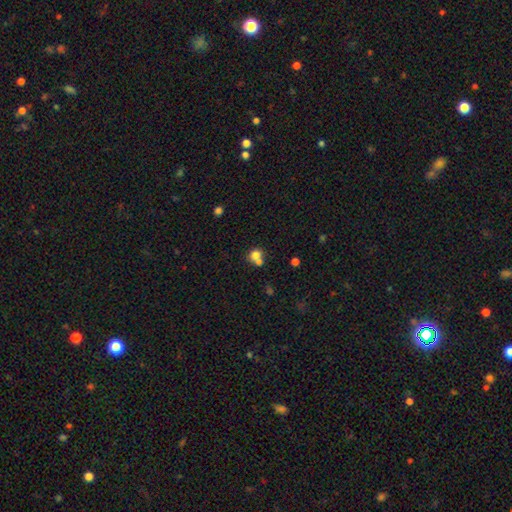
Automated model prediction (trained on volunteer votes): smooth 76%, star or artifact 12%, featured or disk 12%. Down the decision tree: how rounded — round (74%); merging — merger (46%).